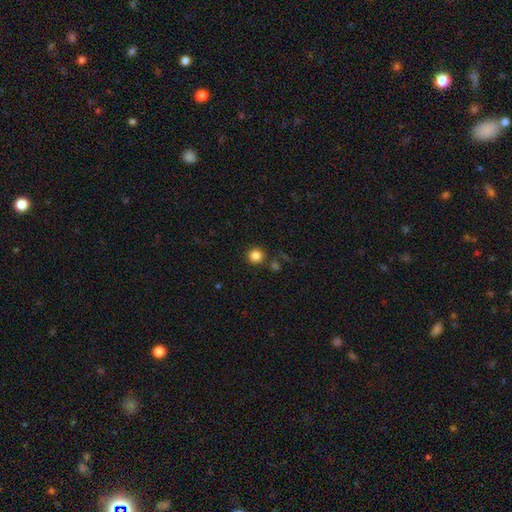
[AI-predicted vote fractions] Smooth or featured? smooth (84%)
How rounded? round (94%)
Merging? none (87%)